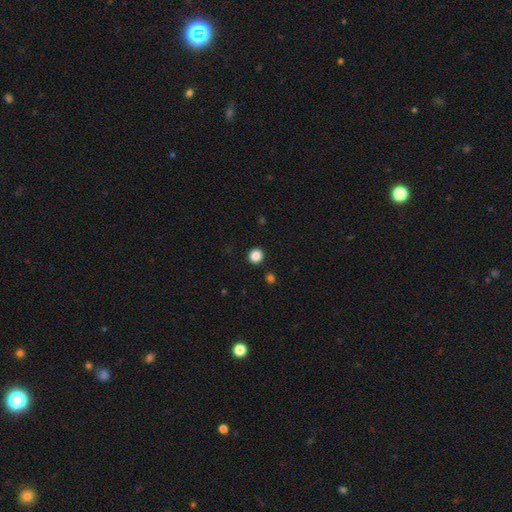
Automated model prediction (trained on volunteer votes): The model was most divided on "smooth or featured": smooth: 85%, star or artifact: 11%, featured or disk: 3%. More confident: merging — none (93%); how rounded — round (92%).